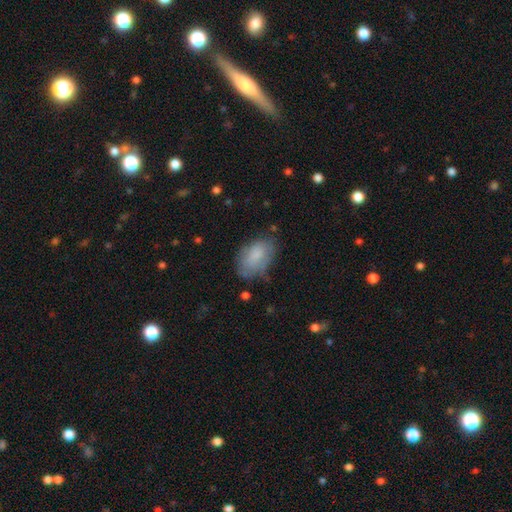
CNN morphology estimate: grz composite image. It shows a smooth galaxy with no disk features (78%) that is in between round and cigar-shaped (91%). Merging: none (63%).